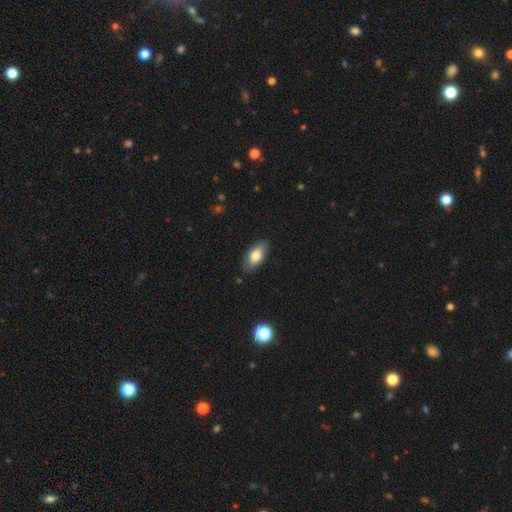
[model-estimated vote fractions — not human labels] This appears to be a smooth galaxy with no disk features (78%) that is in between round and cigar-shaped (90%). Merging: none (82%).